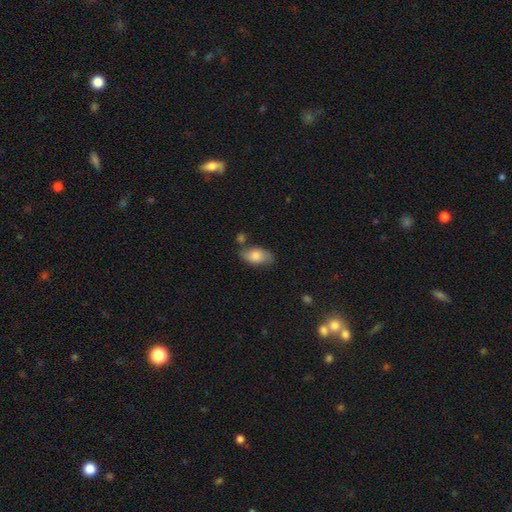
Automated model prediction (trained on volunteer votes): Smooth or featured? Predicted: smooth (p=0.73). How rounded? Predicted: in between (p=0.91). Merging? Predicted: none (p=0.62).